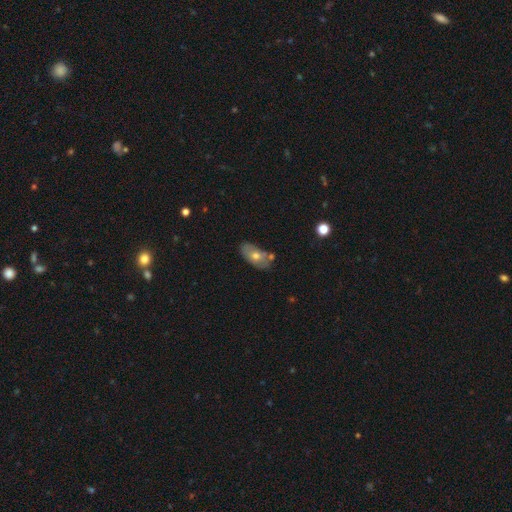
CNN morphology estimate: smooth 57%, featured or disk 35%, star or artifact 8%. Down the decision tree: how rounded — in between (90%); merging — none (60%).